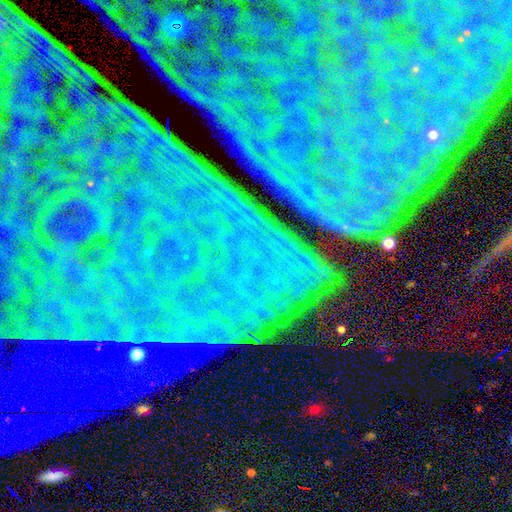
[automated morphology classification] Smooth or featured? Predicted: star or artifact (p=0.85).